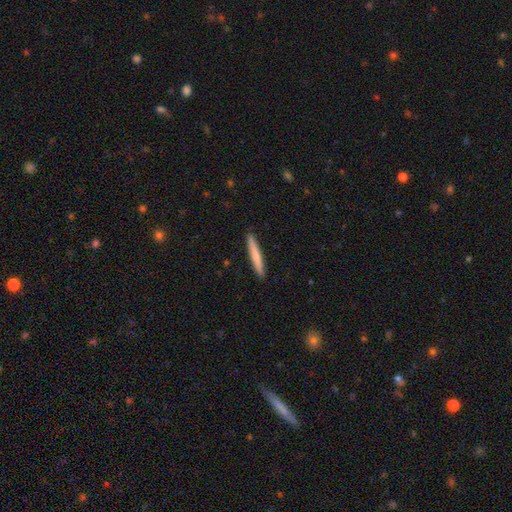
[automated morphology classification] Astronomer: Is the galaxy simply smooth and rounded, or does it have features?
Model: smooth — 70%.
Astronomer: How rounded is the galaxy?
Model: cigar-shaped — 96%.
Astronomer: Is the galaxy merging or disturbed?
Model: none — 92%.